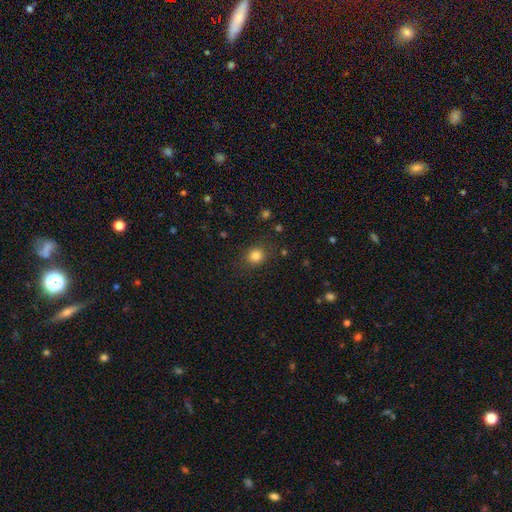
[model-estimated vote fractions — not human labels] smooth_or_featured: smooth (p=0.83) [alt: star or artifact p=0.12]
how_rounded: round (p=0.81) [alt: in between p=0.19]
merging: none (p=0.85) [alt: minor disturbance p=0.10]